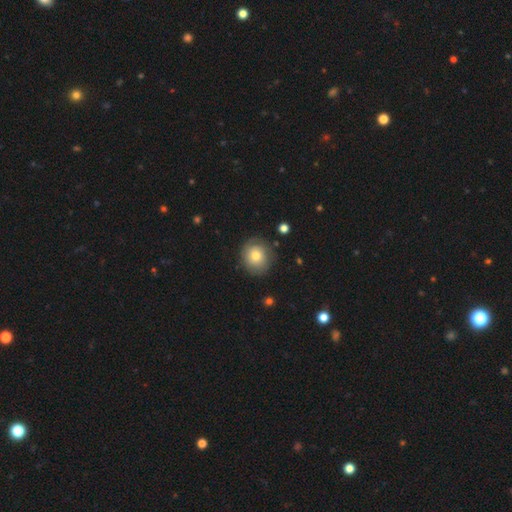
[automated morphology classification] Smooth or featured: smooth — 70% (featured or disk — 21%)
How rounded: round — 85% (in between — 14%)
Merging: none — 79% (minor disturbance — 15%)